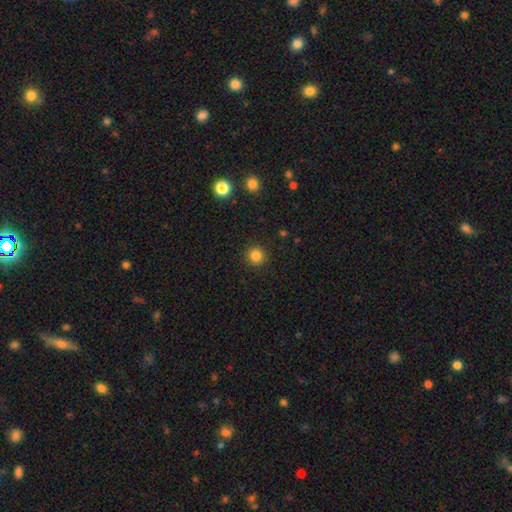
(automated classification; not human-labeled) Smooth or featured? Predicted: smooth (p=0.84). How rounded? Predicted: round (p=0.94). Merging? Predicted: none (p=0.92).